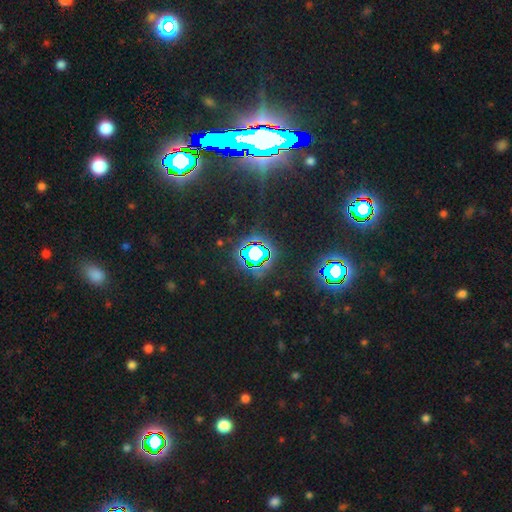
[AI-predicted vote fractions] Smooth or featured? Predicted: star or artifact (p=0.82).